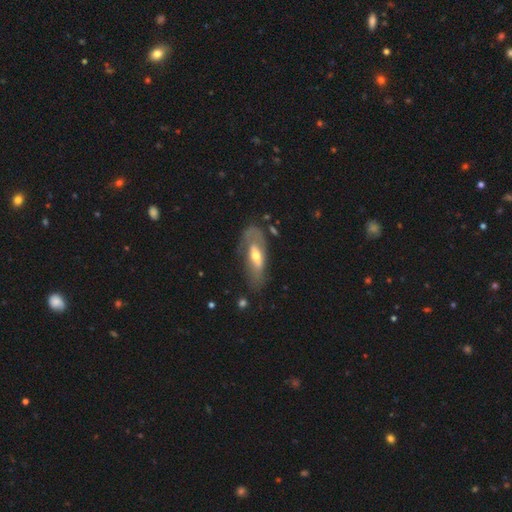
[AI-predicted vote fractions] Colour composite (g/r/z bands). It shows a featured or disk galaxy (55%). Merging: none (54%).